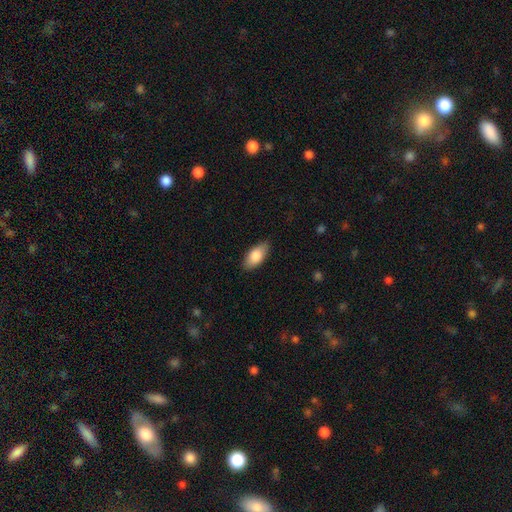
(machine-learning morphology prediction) This appears to be a smooth galaxy with no disk features (82%) that is in between round and cigar-shaped (90%). Merging: none (86%).